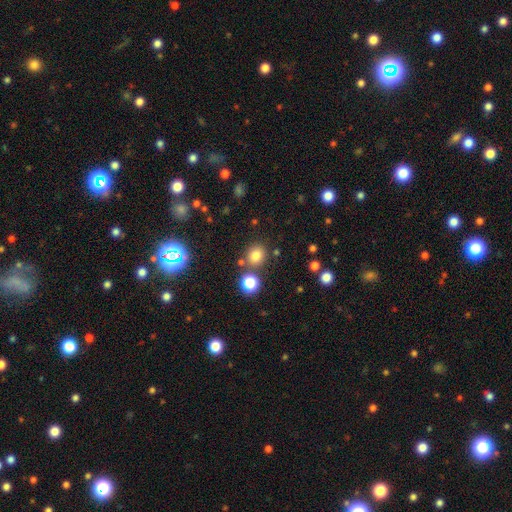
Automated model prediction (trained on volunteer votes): A smooth galaxy with no disk features (78%) that is round (78%).

Vote fractions:
- Smooth or featured? smooth: 78% / star or artifact: 16% / featured or disk: 6%
- How rounded? round: 78% / in between: 21% / cigar-shaped: 1%
- Merging? none: 76% / merger: 11% / minor disturbance: 9% / major disturbance: 3%